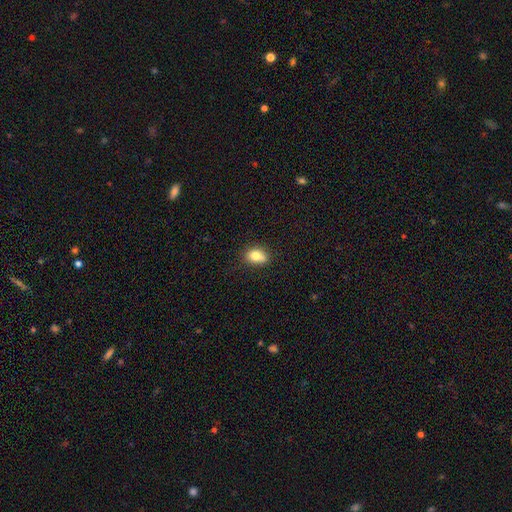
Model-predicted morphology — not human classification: A smooth galaxy with no disk features (77%) that is in between round and cigar-shaped (69%).

Vote fractions:
- Smooth or featured? smooth: 77% / featured or disk: 12% / star or artifact: 10%
- How rounded? in between: 69% / round: 28% / cigar-shaped: 3%
- Merging? none: 64% / minor disturbance: 23% / merger: 7% / major disturbance: 5%